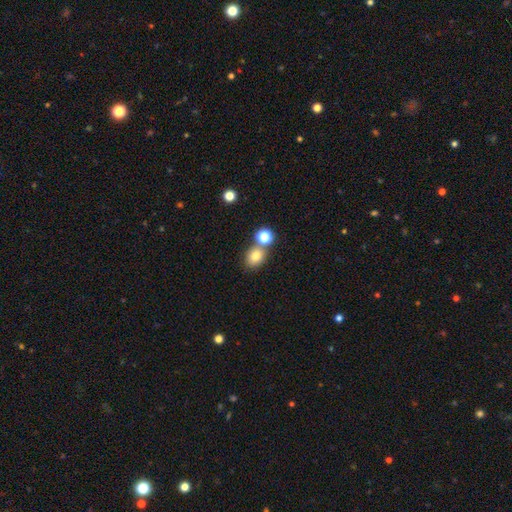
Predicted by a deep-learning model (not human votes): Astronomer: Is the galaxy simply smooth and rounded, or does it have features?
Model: smooth — 80%.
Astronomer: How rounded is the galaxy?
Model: in between — 50% (runner-up: round, 49%).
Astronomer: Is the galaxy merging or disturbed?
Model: none — 59%.